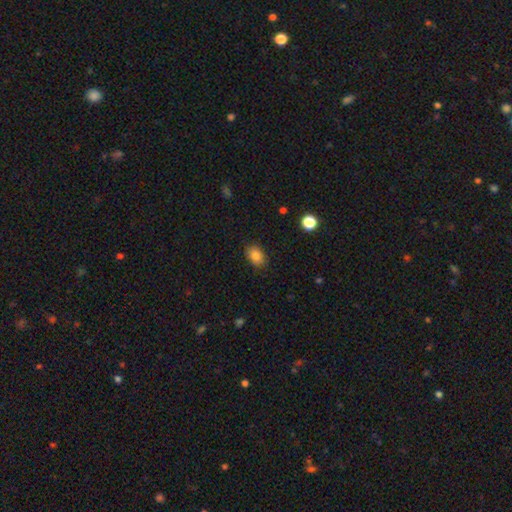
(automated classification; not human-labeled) Smooth or featured? smooth (85%)
How rounded? in between (77%)
Merging? none (86%)